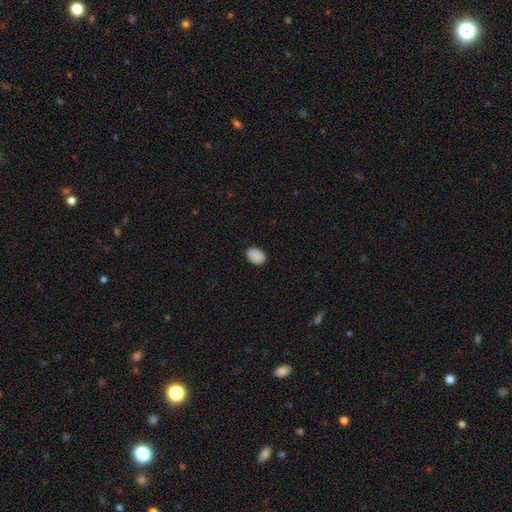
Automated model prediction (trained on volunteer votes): A smooth galaxy with no disk features (88%) that is in between round and cigar-shaped (69%).

Vote fractions:
- Smooth or featured? smooth: 88% / star or artifact: 9% / featured or disk: 3%
- How rounded? in between: 69% / round: 30% / cigar-shaped: 1%
- Merging? none: 84% / minor disturbance: 13% / major disturbance: 2% / merger: 1%